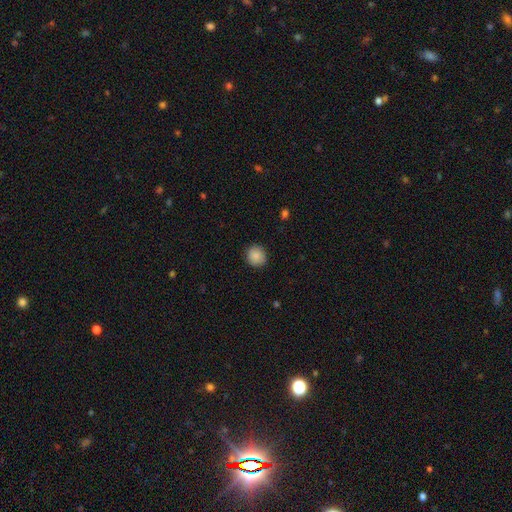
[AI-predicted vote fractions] Q: Smooth or featured?
A: smooth (88%); runner-up: star or artifact (8%)
Q: How rounded?
A: round (88%); runner-up: in between (11%)
Q: Merging?
A: none (89%); runner-up: minor disturbance (8%)